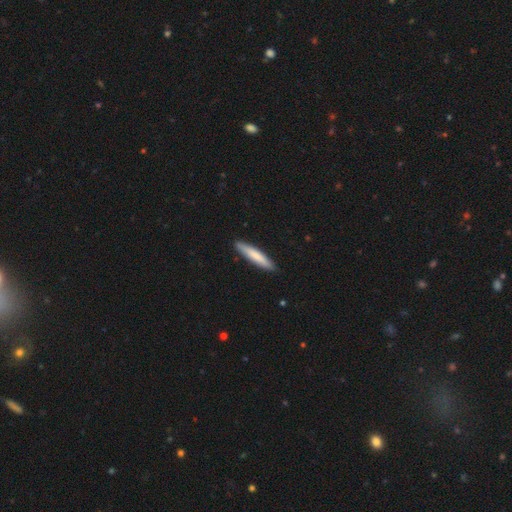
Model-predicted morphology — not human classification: type=smooth (76%); roundness=cigar-shaped (91%); merging=none (89%).